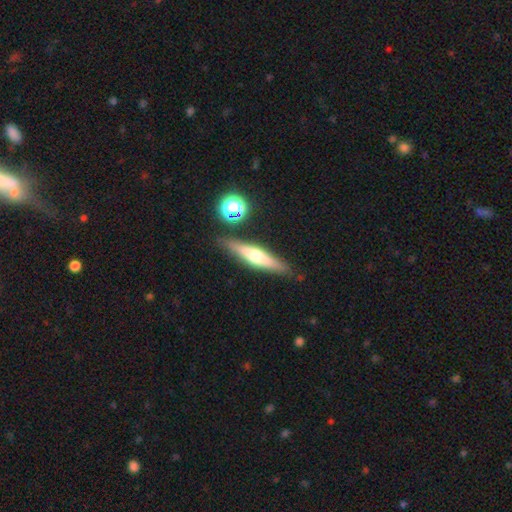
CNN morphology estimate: smooth-or-featured: featured or disk: 53% | smooth: 39% | star or artifact: 8%
  disk-edge-on: yes: 92% | no: 8%
  merging: none: 84% | minor disturbance: 10% | merger: 4% | major disturbance: 2%